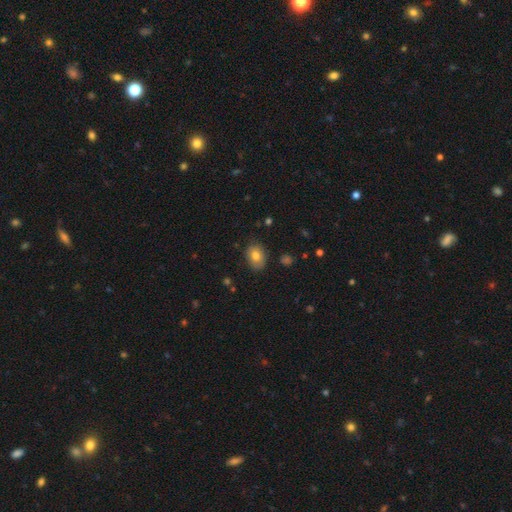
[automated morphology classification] smooth_or_featured: smooth (p=0.77) [alt: featured or disk p=0.14]
how_rounded: in between (p=0.58) [alt: round p=0.41]
merging: none (p=0.81) [alt: minor disturbance p=0.15]